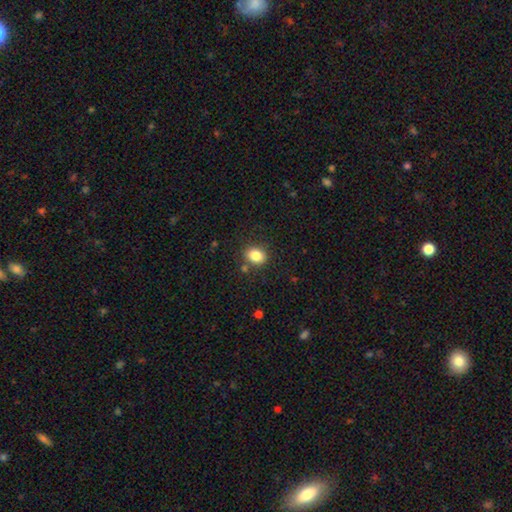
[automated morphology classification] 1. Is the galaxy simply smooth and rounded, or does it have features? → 84% smooth, 10% star or artifact, 6% featured or disk.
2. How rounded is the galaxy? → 52% in between, 47% round, 1% cigar-shaped.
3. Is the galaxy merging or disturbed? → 82% none, 10% minor disturbance, 4% merger, 3% major disturbance.